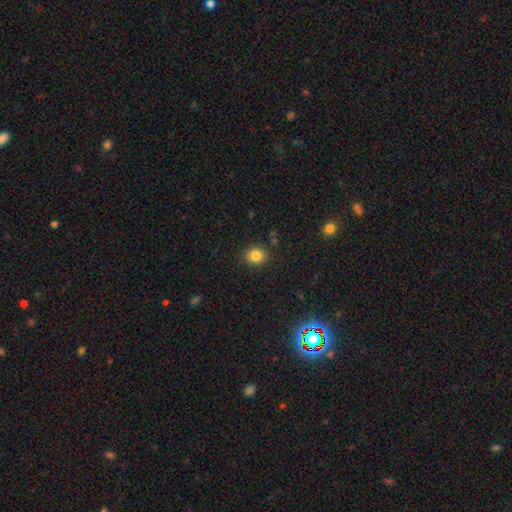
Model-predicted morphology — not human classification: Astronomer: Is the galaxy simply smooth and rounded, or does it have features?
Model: smooth — 84%.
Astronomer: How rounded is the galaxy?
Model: round — 71%.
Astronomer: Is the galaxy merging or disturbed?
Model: none — 87%.